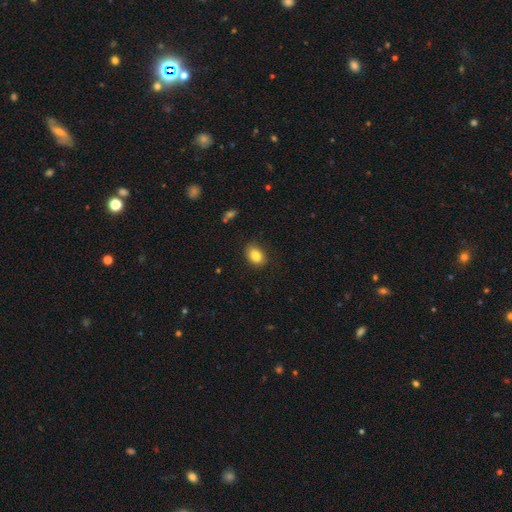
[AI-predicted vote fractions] This is clearly a smooth galaxy (85%). How rounded: likely in between (75%). Merging: clearly none (81%).